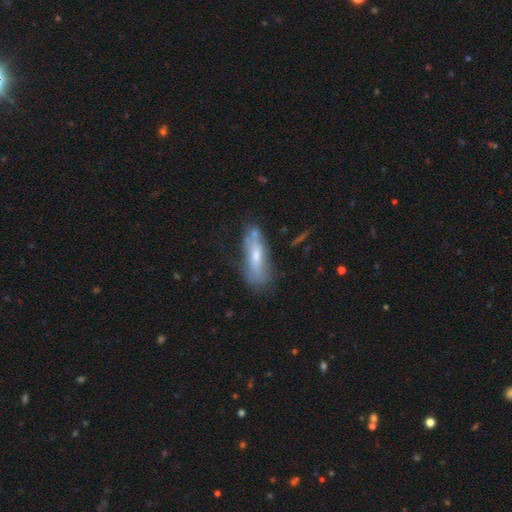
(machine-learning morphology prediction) Overall: featured or disk (48%; smooth 44%). Merging: none (60%; minor disturbance 25%).